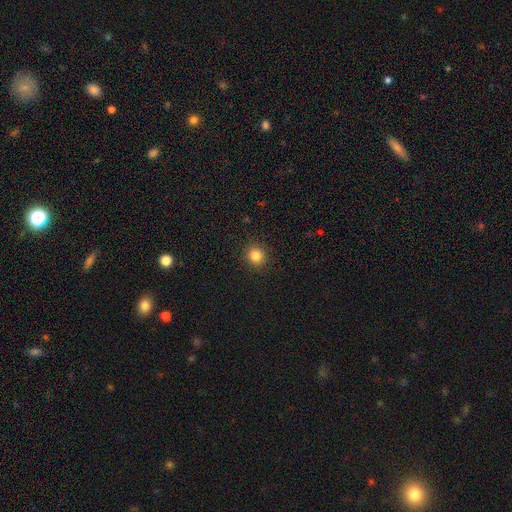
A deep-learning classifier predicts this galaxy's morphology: This appears to be a smooth galaxy with no disk features (83%) that is round (92%). Merging: none (92%).